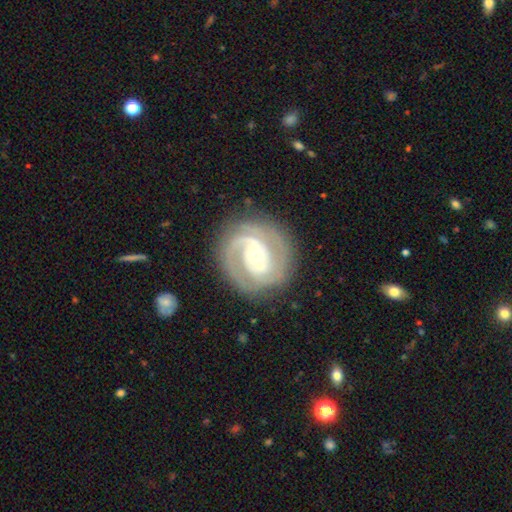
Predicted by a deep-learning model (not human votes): This is clearly a featured or disk galaxy (90%). It is clearly not viewed edge-on (98%). Bar: marginally weak (44%). Spiral arm pattern: clearly yes (97%). Spiral arm count: likely 2 (61%). Spiral winding: likely tight (62%). Central bulge: likely moderate (69%). Merging: clearly none (82%).